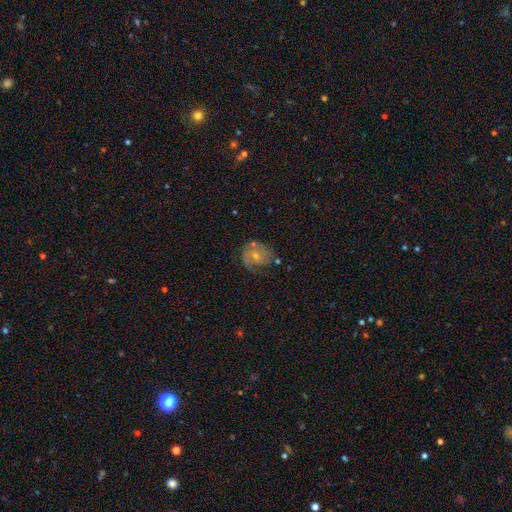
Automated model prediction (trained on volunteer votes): smooth_or_featured: featured or disk (p=0.65) [alt: smooth p=0.22]
disk_edge_on: no (p=0.97) [alt: yes p=0.03]
bar: no (p=0.72) [alt: weak p=0.24]
has_spiral_arms: yes (p=0.84) [alt: no p=0.16]
spiral_winding: tight (p=0.53) [alt: medium p=0.35]
spiral_arm_count: 2 (p=0.36) [alt: can't tell p=0.31]
bulge_size: small (p=0.55) [alt: moderate p=0.40]
merging: none (p=0.67) [alt: minor disturbance p=0.20]